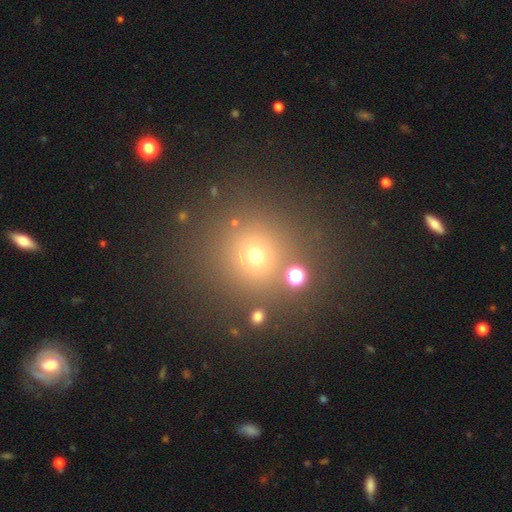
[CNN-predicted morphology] The model was most divided on "smooth or featured": smooth: 59%, star or artifact: 32%, featured or disk: 9%. More confident: how rounded — round (92%); merging — none (82%).